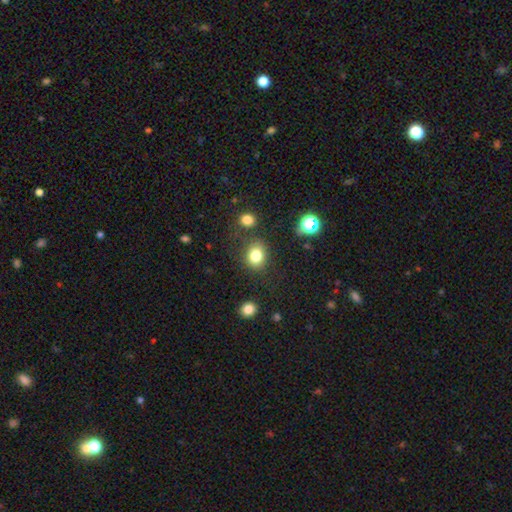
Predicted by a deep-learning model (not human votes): Smooth or featured: smooth — 80% (star or artifact — 12%)
How rounded: round — 61% (in between — 38%)
Merging: none — 78% (minor disturbance — 12%)